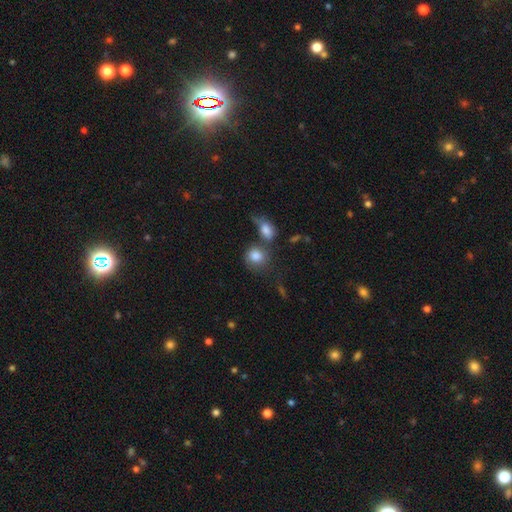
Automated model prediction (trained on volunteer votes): This appears to be a smooth galaxy with no disk features (83%) that is round (69%). Merging: none (44%).